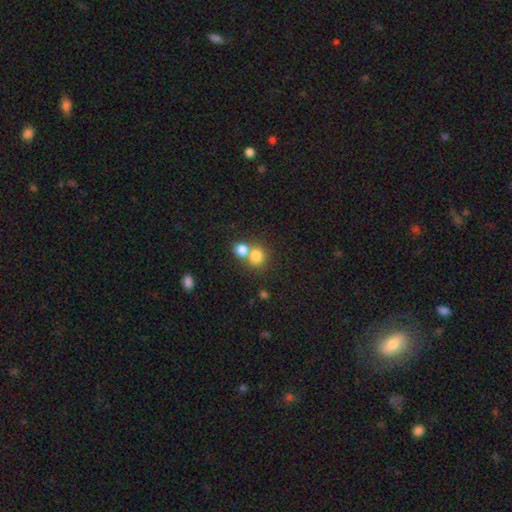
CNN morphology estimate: Smooth or featured? Predicted: smooth (p=0.78). How rounded? Predicted: round (p=0.81). Merging? Predicted: merger (p=0.48).